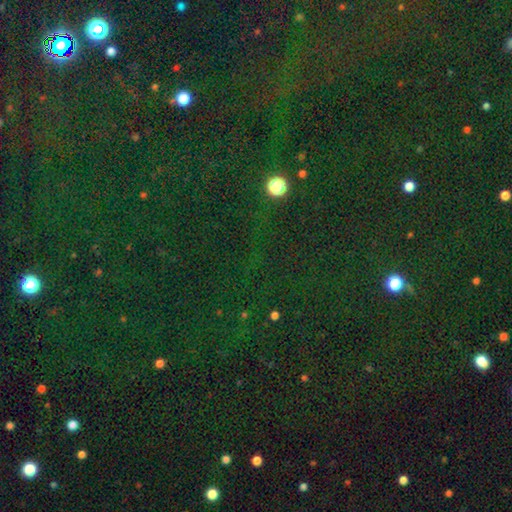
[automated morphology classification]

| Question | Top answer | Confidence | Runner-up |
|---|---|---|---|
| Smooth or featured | star or artifact | 77% | smooth (15%) |